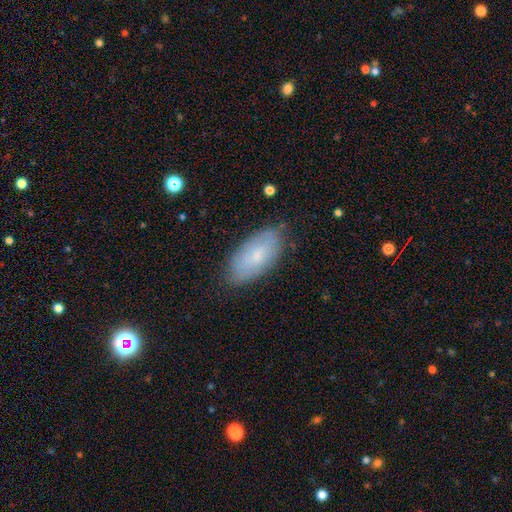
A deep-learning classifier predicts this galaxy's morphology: A smooth galaxy with no disk features (63%) that is in between round and cigar-shaped (92%).

Vote fractions:
- Smooth or featured? smooth: 63% / featured or disk: 29% / star or artifact: 7%
- How rounded? in between: 92% / cigar-shaped: 5% / round: 2%
- Merging? none: 79% / minor disturbance: 16% / major disturbance: 3% / merger: 1%